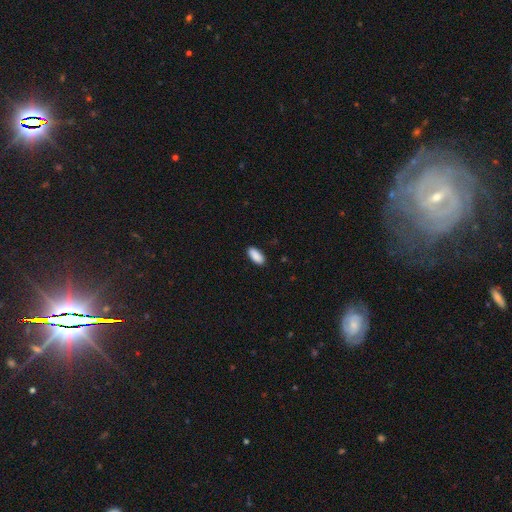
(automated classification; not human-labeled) smooth-or-featured: smooth: 91% | star or artifact: 6% | featured or disk: 3%
  how-rounded: in between: 89% | cigar-shaped: 10% | round: 2%
  merging: none: 89% | minor disturbance: 8% | major disturbance: 2% | merger: 1%